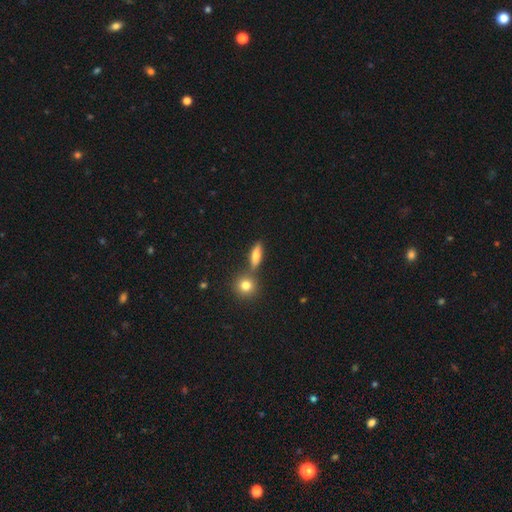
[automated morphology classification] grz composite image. It shows a smooth galaxy with no disk features (66%) that is in between round and cigar-shaped (50%). Merging: none (70%).